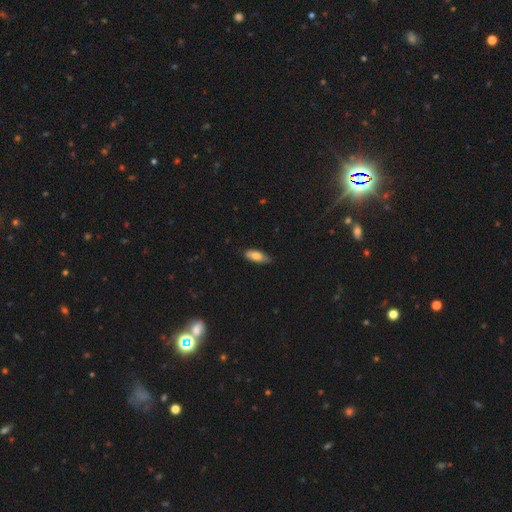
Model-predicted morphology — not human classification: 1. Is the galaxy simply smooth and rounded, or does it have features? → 75% smooth, 18% featured or disk, 6% star or artifact.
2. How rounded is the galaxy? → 74% in between, 24% cigar-shaped, 2% round.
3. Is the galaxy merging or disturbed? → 75% none, 21% minor disturbance, 3% major disturbance, 1% merger.